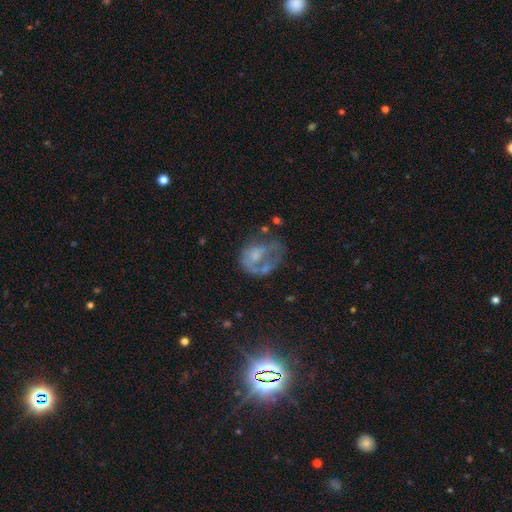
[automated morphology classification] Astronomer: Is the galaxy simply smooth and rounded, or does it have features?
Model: featured or disk — 51% (runner-up: smooth, 37%).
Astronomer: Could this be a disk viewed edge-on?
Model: no — 97%.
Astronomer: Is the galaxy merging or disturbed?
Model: major disturbance — 38% (runner-up: none, 31%).